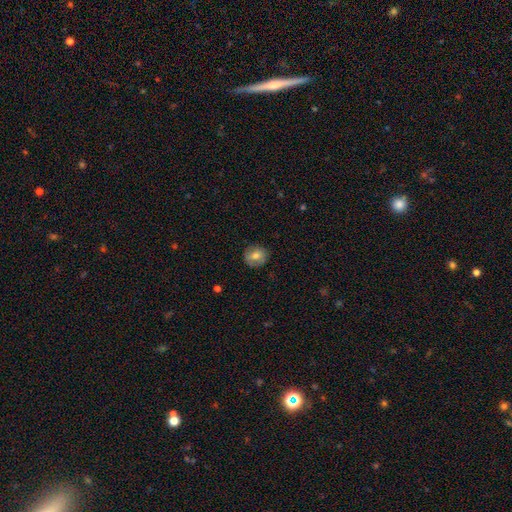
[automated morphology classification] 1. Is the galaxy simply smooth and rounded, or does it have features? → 70% smooth, 22% featured or disk, 8% star or artifact.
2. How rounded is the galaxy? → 81% round, 18% in between, 1% cigar-shaped.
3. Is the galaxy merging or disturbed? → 83% none, 13% minor disturbance, 3% major disturbance, 1% merger.